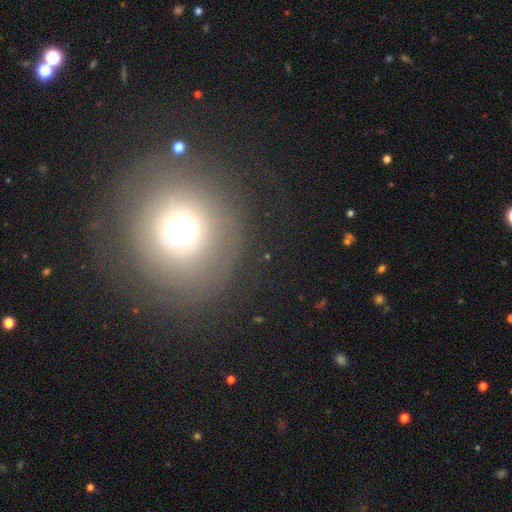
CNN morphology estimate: Smooth or featured?
  - smooth: 62% *
  - star or artifact: 22%
  - featured or disk: 16%
How rounded?
  - round: 90% *
  - in between: 8%
  - cigar-shaped: 1%
Merging?
  - none: 85% *
  - minor disturbance: 8%
  - major disturbance: 5%
  - merger: 2%